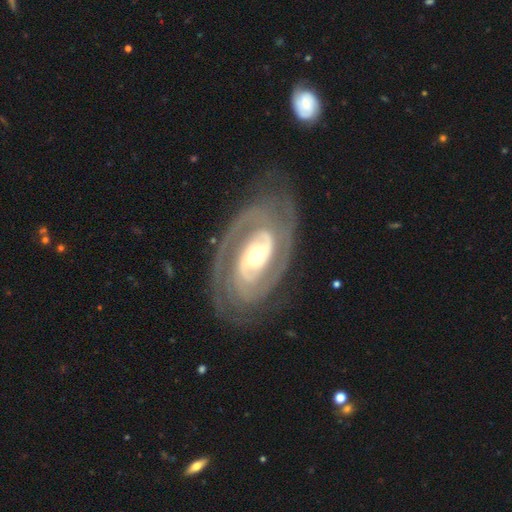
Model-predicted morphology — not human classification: smooth_or_featured: featured or disk (p=0.91) [alt: smooth p=0.05]
disk_edge_on: no (p=0.96) [alt: yes p=0.04]
bar: no (p=0.43) [alt: weak p=0.29]
has_spiral_arms: yes (p=0.96) [alt: no p=0.04]
spiral_winding: tight (p=0.65) [alt: medium p=0.28]
spiral_arm_count: 2 (p=0.69) [alt: can't tell p=0.11]
bulge_size: moderate (p=0.56) [alt: small p=0.34]
merging: none (p=0.76) [alt: minor disturbance p=0.15]